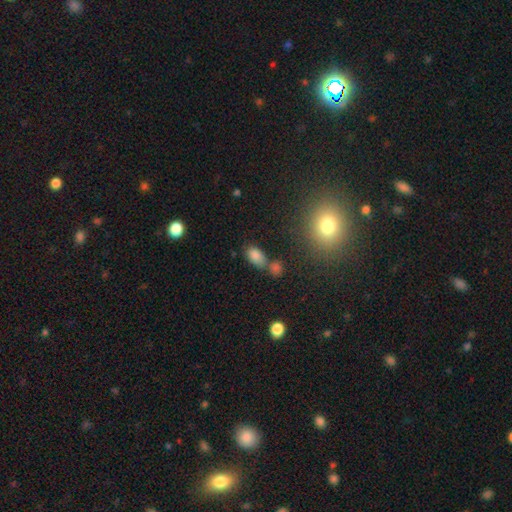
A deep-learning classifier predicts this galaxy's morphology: smooth-or-featured: smooth: 81% | star or artifact: 12% | featured or disk: 7%
  how-rounded: in between: 89% | round: 8% | cigar-shaped: 3%
  merging: none: 51% | merger: 28% | minor disturbance: 16% | major disturbance: 6%